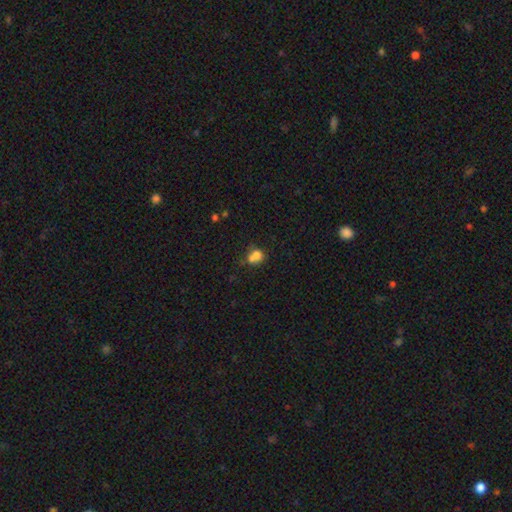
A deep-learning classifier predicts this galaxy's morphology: This appears to be a smooth galaxy with no disk features (74%) that is round (57%). Merging: merger (44%).